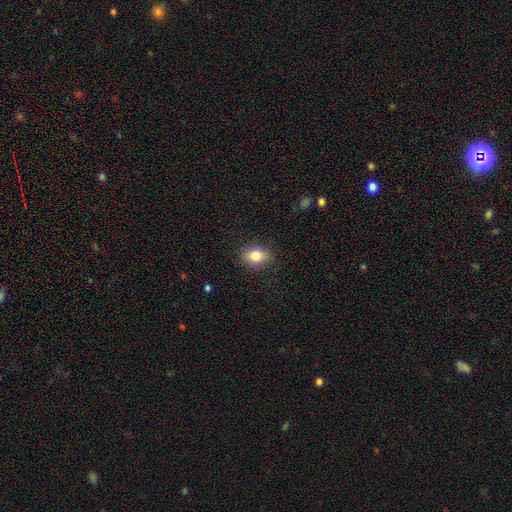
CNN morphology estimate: A smooth galaxy with no disk features (83%) that is in between round and cigar-shaped (68%). Merging: none (86%).